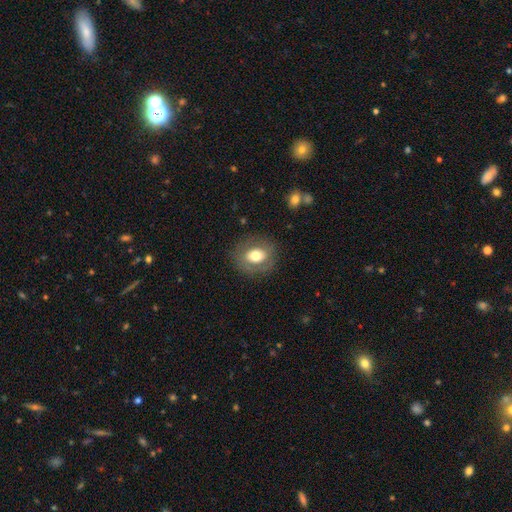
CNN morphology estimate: type=smooth (63%); roundness=round (59%); merging=none (80%).